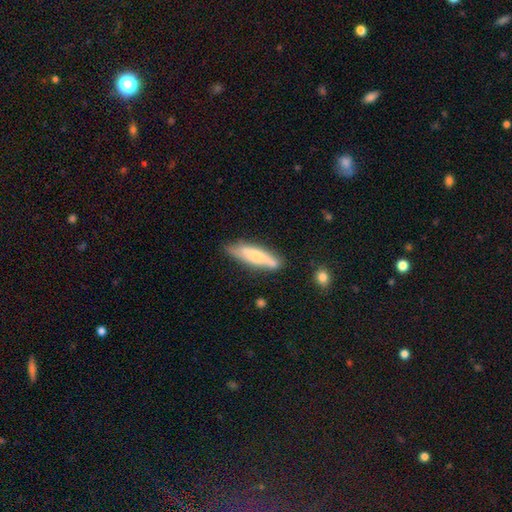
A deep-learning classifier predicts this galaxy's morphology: Smooth or featured? Predicted: smooth (p=0.61). How rounded? Predicted: cigar-shaped (p=0.74). Merging? Predicted: none (p=0.71).